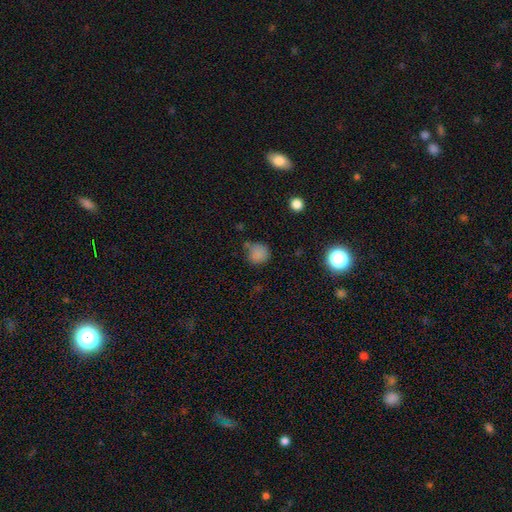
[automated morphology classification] The model was most divided on "merging": none: 70%, minor disturbance: 17%, merger: 8%, major disturbance: 6%. More confident: how rounded — round (87%); smooth or featured — smooth (74%).